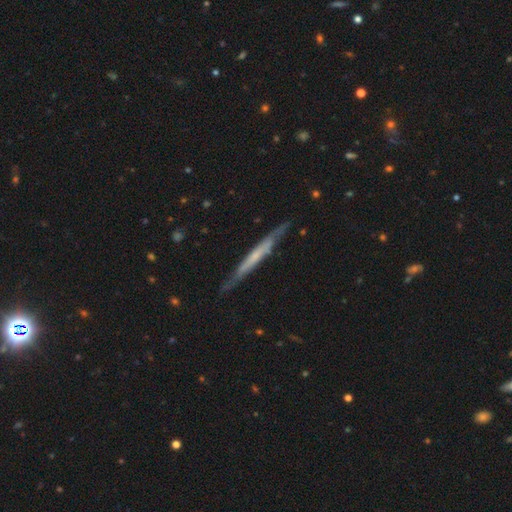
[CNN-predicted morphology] This appears to be a featured or disk galaxy (61%) viewed edge-on (93%) with no central bulge (73%). Merging: none (81%).